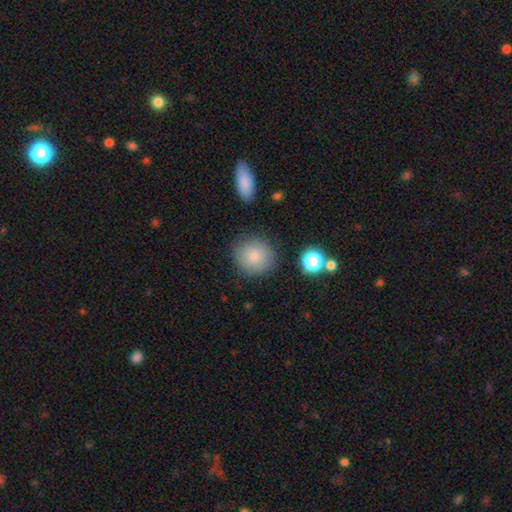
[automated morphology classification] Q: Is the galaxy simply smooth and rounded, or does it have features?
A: smooth — 81%.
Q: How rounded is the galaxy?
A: round — 87%.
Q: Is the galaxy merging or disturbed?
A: none — 84%.